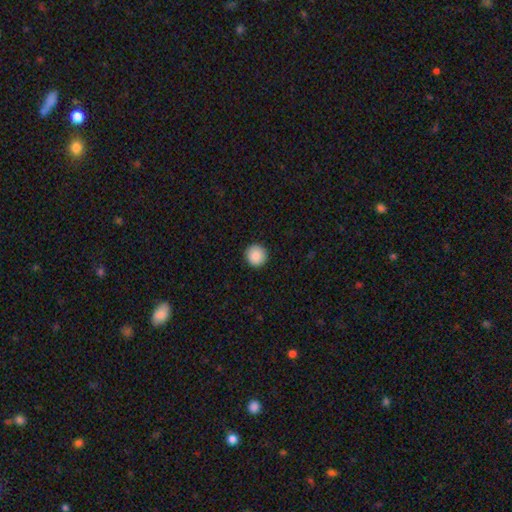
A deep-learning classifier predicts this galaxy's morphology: Smooth or featured: smooth — 89% (star or artifact — 8%)
How rounded: round — 95% (in between — 4%)
Merging: none — 93% (minor disturbance — 5%)